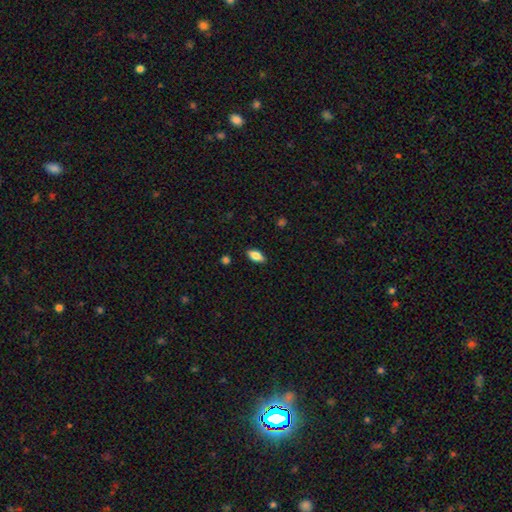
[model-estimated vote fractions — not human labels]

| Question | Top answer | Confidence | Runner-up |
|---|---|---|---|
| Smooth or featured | smooth | 80% | featured or disk (13%) |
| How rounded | in between | 87% | cigar-shaped (10%) |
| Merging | none | 87% | minor disturbance (9%) |